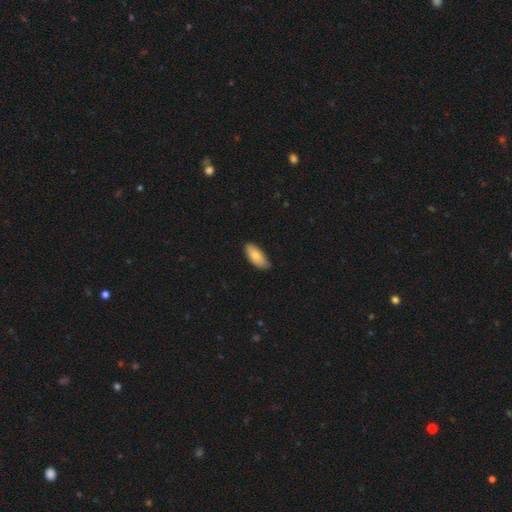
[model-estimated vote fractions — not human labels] smooth 79%, featured or disk 15%, star or artifact 6%. Down the decision tree: how rounded — in between (86%); merging — none (78%).